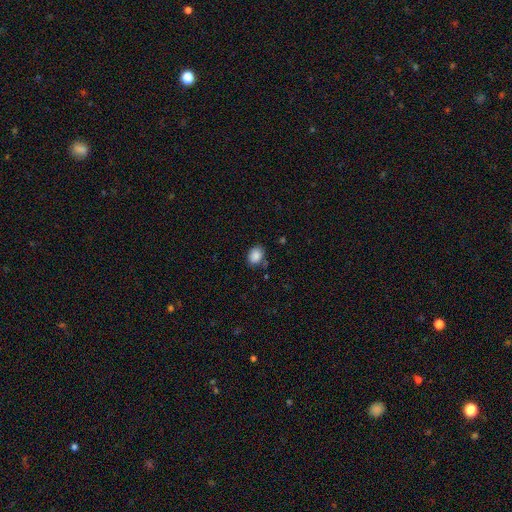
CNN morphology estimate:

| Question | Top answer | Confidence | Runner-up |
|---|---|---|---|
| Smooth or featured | smooth | 87% | star or artifact (9%) |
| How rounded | in between | 57% | round (42%) |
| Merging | none | 75% | minor disturbance (16%) |